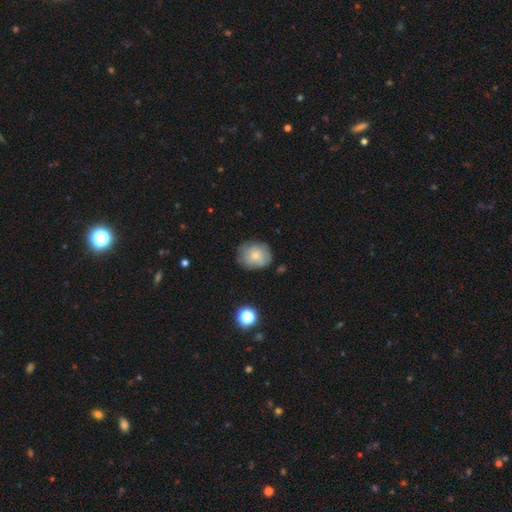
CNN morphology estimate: A smooth galaxy with no disk features (68%) that is round (67%). Merging: none (71%).